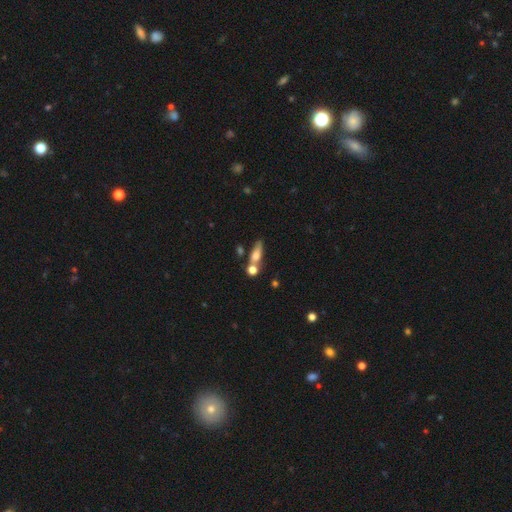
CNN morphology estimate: A smooth galaxy with no disk features (66%) that is in between round and cigar-shaped (49%).

Vote fractions:
- Smooth or featured? smooth: 66% / featured or disk: 23% / star or artifact: 11%
- How rounded? in between: 49% / cigar-shaped: 37% / round: 14%
- Merging? none: 44% / merger: 32% / minor disturbance: 15% / major disturbance: 9%